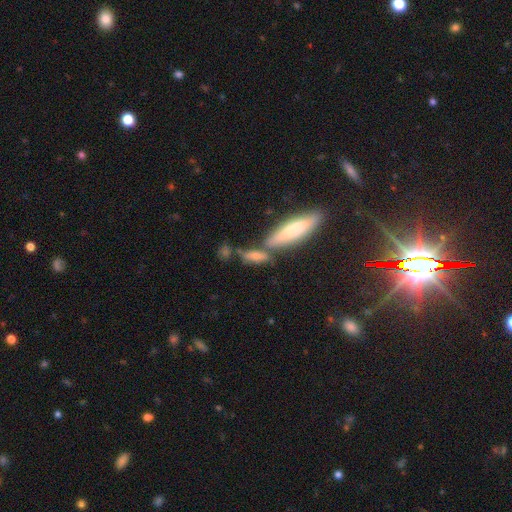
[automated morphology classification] The model was most divided on "merging": none: 55%, merger: 28%, minor disturbance: 13%, major disturbance: 5%. More confident: how rounded — cigar-shaped (65%); smooth or featured — smooth (58%).